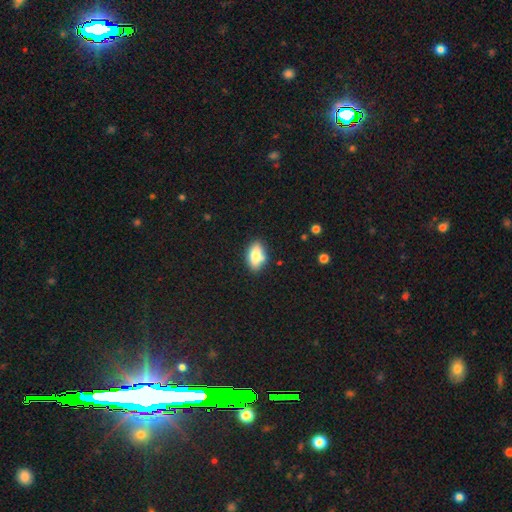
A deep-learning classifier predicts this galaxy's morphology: Smooth or featured? smooth (78%)
How rounded? in between (89%)
Merging? none (79%)